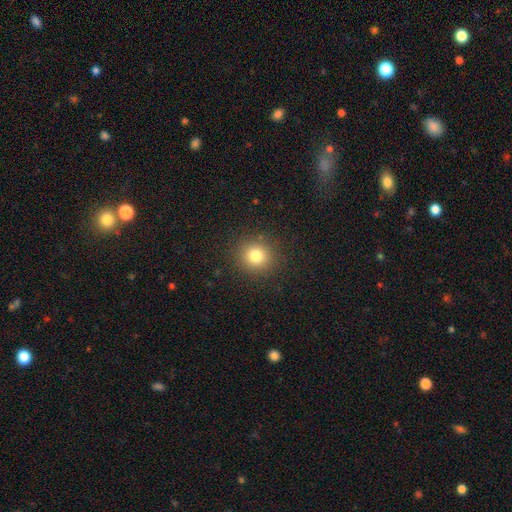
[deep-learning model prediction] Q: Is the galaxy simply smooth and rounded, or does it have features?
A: smooth — 79%.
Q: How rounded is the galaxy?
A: round — 91%.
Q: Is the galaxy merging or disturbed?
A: none — 90%.